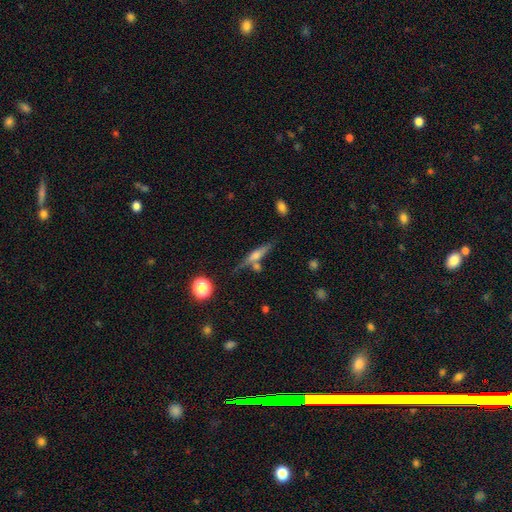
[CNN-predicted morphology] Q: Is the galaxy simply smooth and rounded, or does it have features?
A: featured or disk — 59%.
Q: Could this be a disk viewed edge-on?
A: yes — 94%.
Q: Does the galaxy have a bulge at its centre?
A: rounded — 81%.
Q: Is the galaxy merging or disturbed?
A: none — 71%.